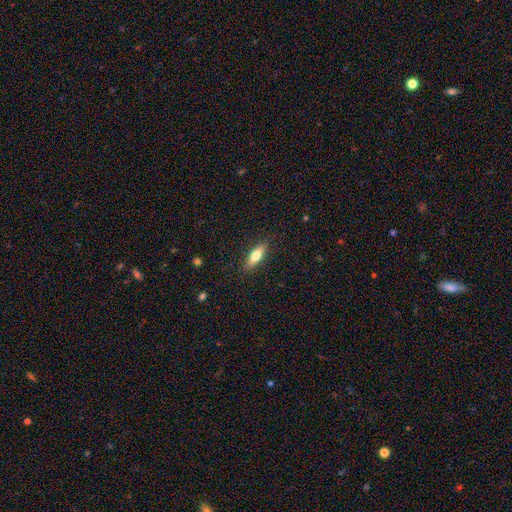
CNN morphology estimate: type=smooth (64%); roundness=in between (52%); merging=none (87%).